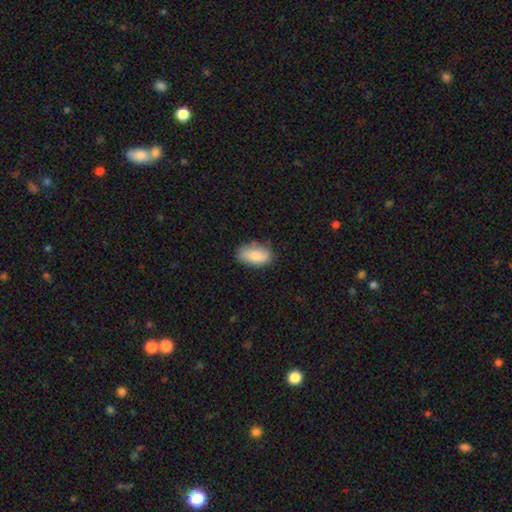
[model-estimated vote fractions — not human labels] Overall: smooth (83%). How rounded: in between (92%). Merging: none (72%).